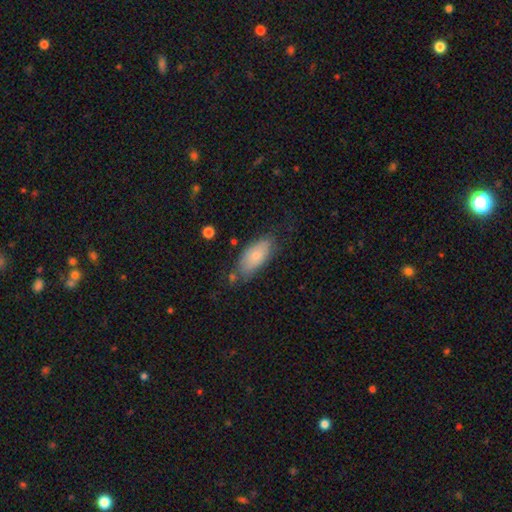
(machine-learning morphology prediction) Q: Smooth or featured?
A: smooth (78%); runner-up: featured or disk (15%)
Q: How rounded?
A: in between (87%); runner-up: cigar-shaped (11%)
Q: Merging?
A: none (66%); runner-up: minor disturbance (24%)